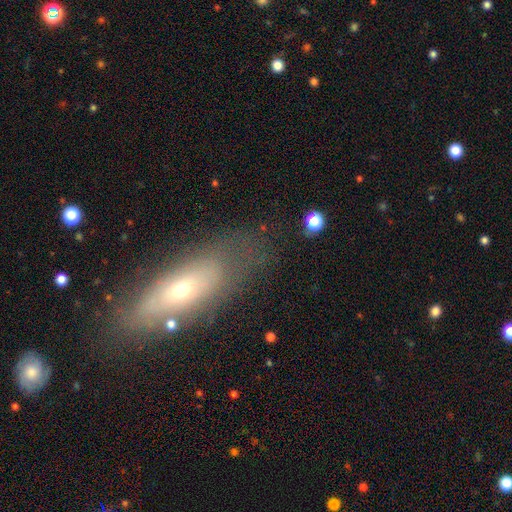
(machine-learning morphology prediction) A featured or disk galaxy (49%).

Vote fractions:
- Smooth or featured? featured or disk: 49% / smooth: 39% / star or artifact: 12%
- Merging? none: 79% / minor disturbance: 14% / major disturbance: 5% / merger: 2%